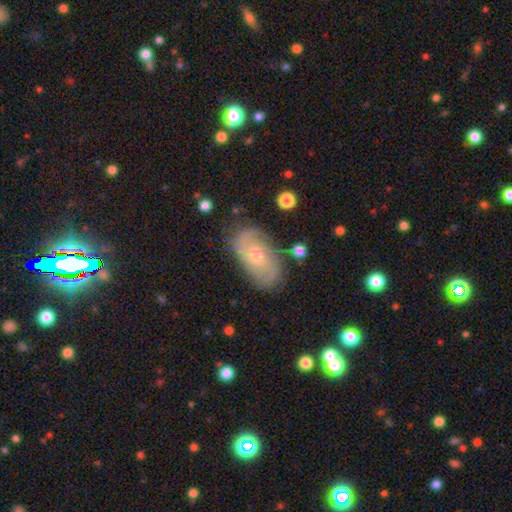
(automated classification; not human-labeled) Morphology: type=featured or disk (73%); edge-on=no (95%); bar=no (76%); spiral arms=yes (90%); winding=tight (51%); arm count=2 (44%); bulge=small (68%); merging=none (73%).